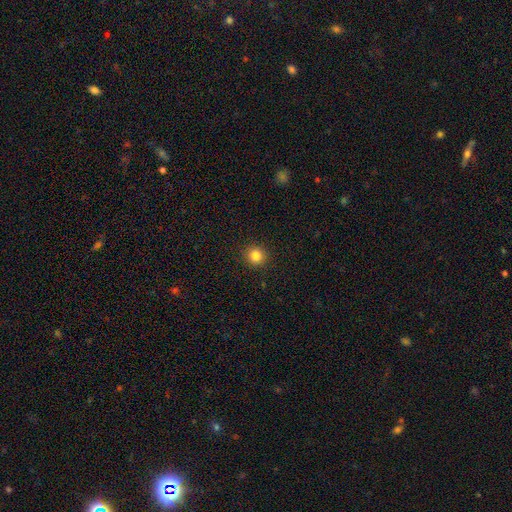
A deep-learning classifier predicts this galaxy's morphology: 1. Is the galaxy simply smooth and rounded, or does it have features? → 84% smooth, 12% star or artifact, 5% featured or disk.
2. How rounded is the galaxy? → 93% round, 6% in between, 1% cigar-shaped.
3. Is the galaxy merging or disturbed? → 92% none, 5% minor disturbance, 2% major disturbance, 1% merger.